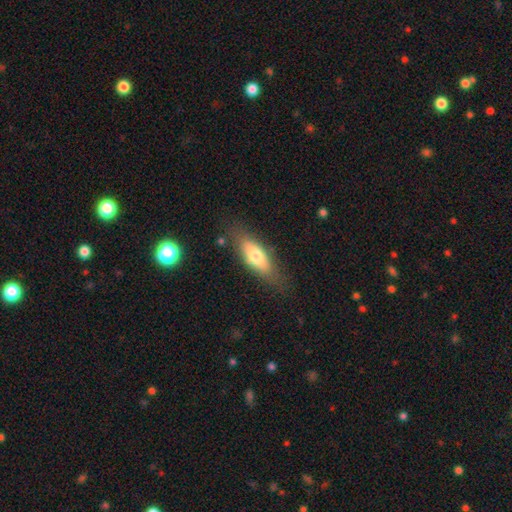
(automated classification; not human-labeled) This appears to be a smooth galaxy with no disk features (66%) that is in between round and cigar-shaped (68%). Merging: none (76%).